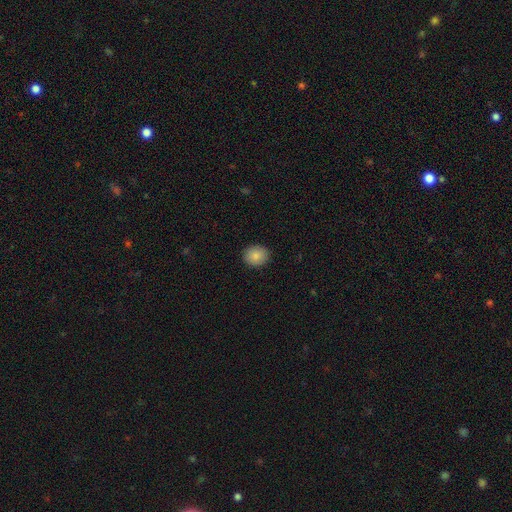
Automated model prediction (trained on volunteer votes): A smooth galaxy with no disk features (86%) that is round (70%). Merging: none (90%).